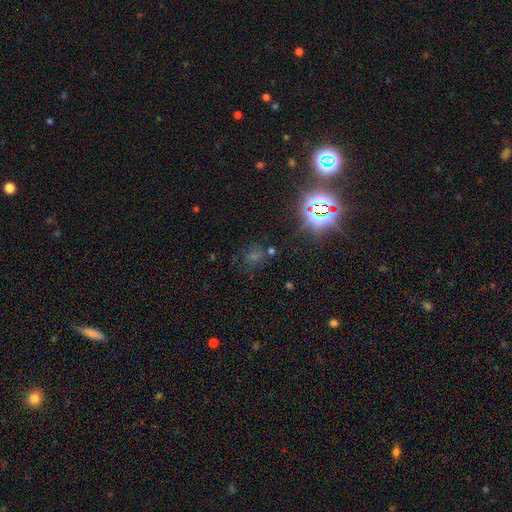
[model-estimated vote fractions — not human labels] A star or artifact, not a galaxy (51%).

Vote fractions:
- Smooth or featured? star or artifact: 51% / smooth: 36% / featured or disk: 13%